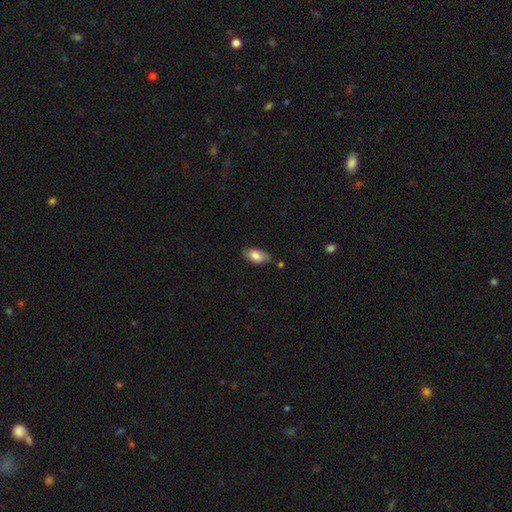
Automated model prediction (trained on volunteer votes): smooth_or_featured: smooth (p=0.82) [alt: featured or disk p=0.11]
how_rounded: in between (p=0.91) [alt: cigar-shaped p=0.06]
merging: none (p=0.74) [alt: minor disturbance p=0.19]